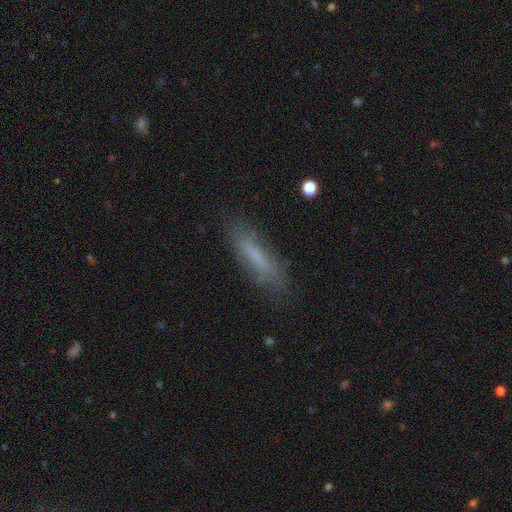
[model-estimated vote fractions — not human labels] Smooth or featured: smooth — 64% (featured or disk — 27%)
How rounded: cigar-shaped — 77% (in between — 22%)
Merging: none — 79% (minor disturbance — 15%)